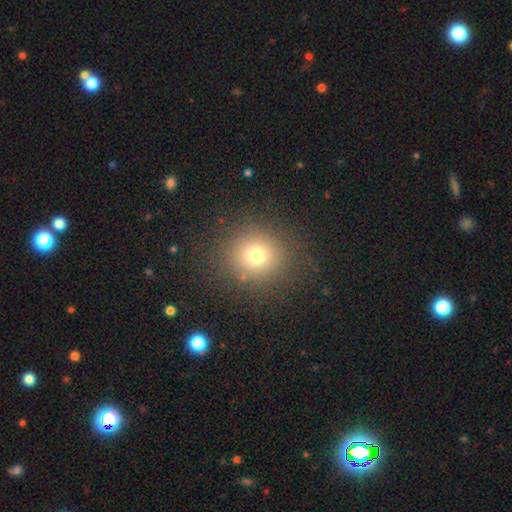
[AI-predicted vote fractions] smooth 72%, star or artifact 18%, featured or disk 10%. Down the decision tree: how rounded — round (91%); merging — none (87%).